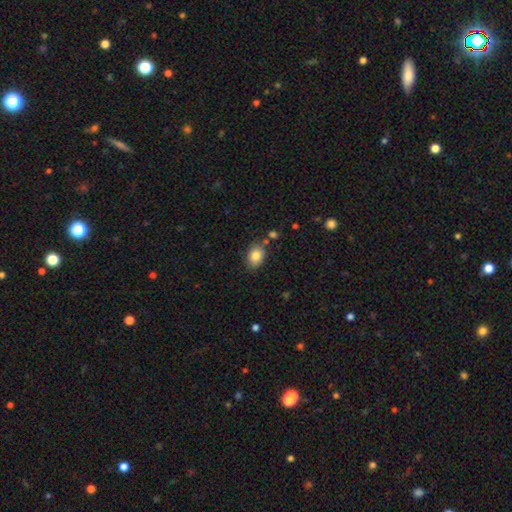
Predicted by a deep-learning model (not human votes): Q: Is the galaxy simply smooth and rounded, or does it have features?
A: smooth — 84%.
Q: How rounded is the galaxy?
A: in between — 71%.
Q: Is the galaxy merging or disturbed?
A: none — 78%.